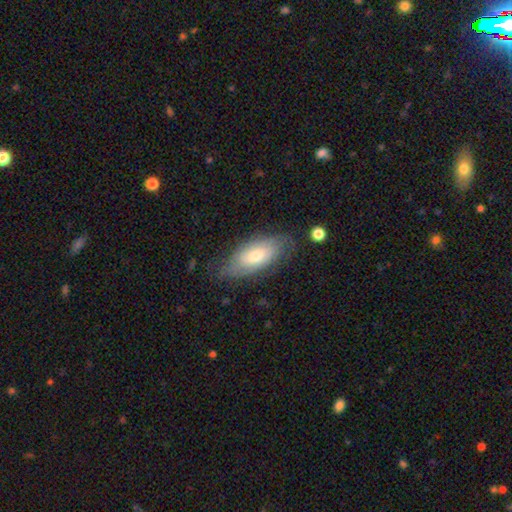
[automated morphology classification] Smooth or featured? smooth (54%)
How rounded? in between (88%)
Merging? none (68%)